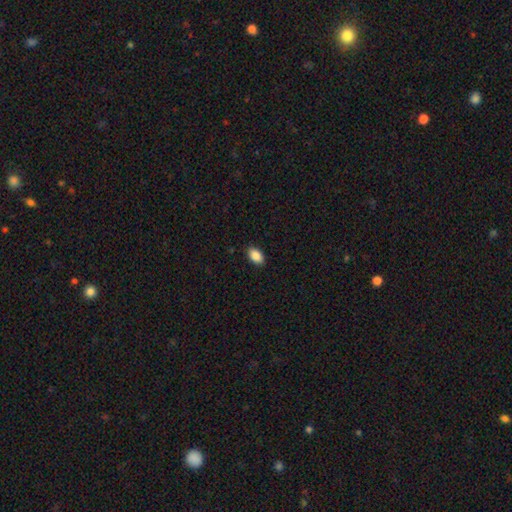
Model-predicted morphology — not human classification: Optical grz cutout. It shows a smooth galaxy with no disk features (88%) that is in between round and cigar-shaped (91%). Merging: none (89%).